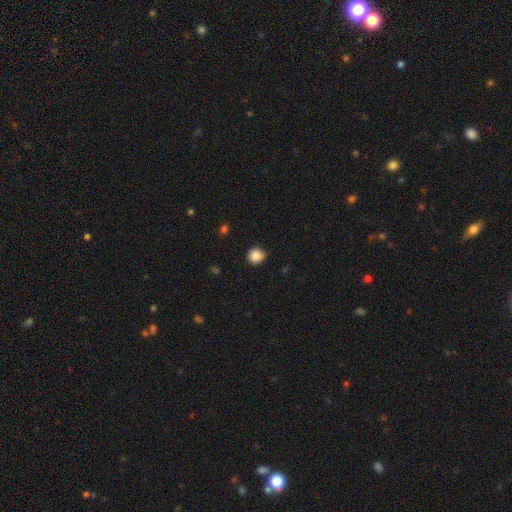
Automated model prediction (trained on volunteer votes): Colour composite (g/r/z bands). It shows a smooth galaxy with no disk features (87%) that is round (94%). Merging: none (90%).